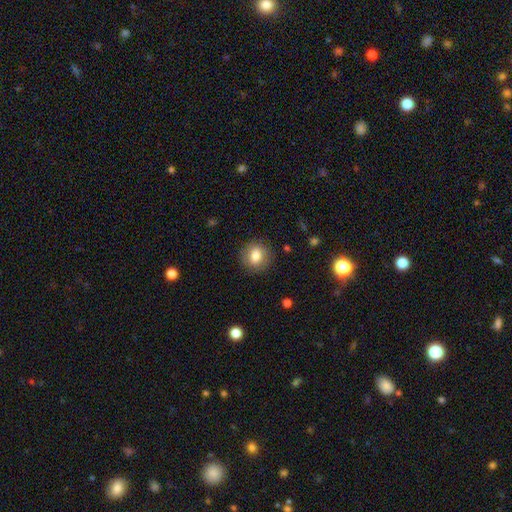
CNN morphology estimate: Smooth or featured? Predicted: smooth (p=0.80). How rounded? Predicted: round (p=0.81). Merging? Predicted: none (p=0.88).